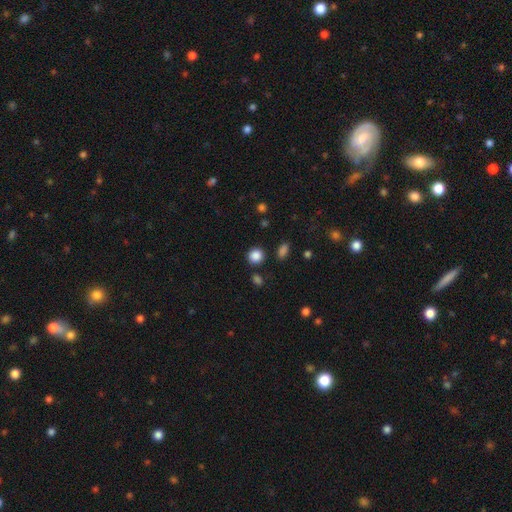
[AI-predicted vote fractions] This is clearly a smooth galaxy (86%). How rounded: clearly round (86%). Merging: clearly none (85%).